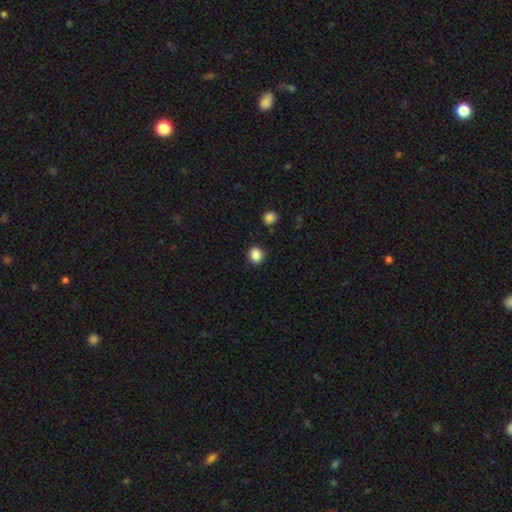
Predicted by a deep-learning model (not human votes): smooth-or-featured: smooth: 86% | star or artifact: 10% | featured or disk: 3%
  how-rounded: round: 89% | in between: 10% | cigar-shaped: 1%
  merging: none: 89% | minor disturbance: 6% | major disturbance: 2% | merger: 2%